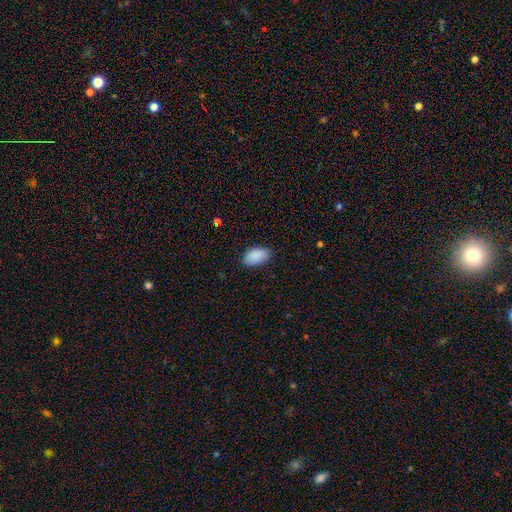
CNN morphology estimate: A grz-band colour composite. It shows a smooth galaxy with no disk features (90%) that is in between round and cigar-shaped (95%). Merging: none (84%).